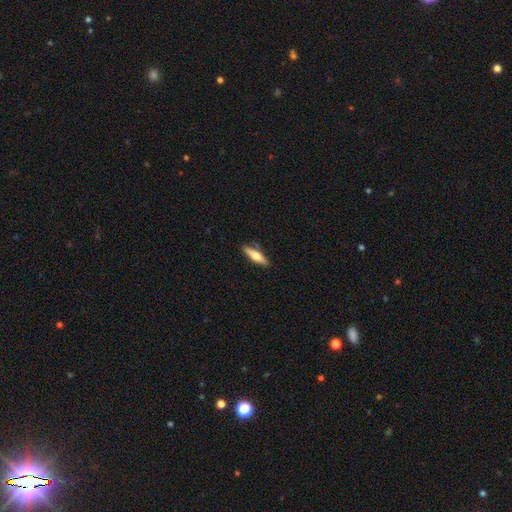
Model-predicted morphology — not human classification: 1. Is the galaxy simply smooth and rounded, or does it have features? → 50% smooth, 44% featured or disk, 6% star or artifact.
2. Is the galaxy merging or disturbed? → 84% none, 11% minor disturbance, 2% major disturbance, 2% merger.